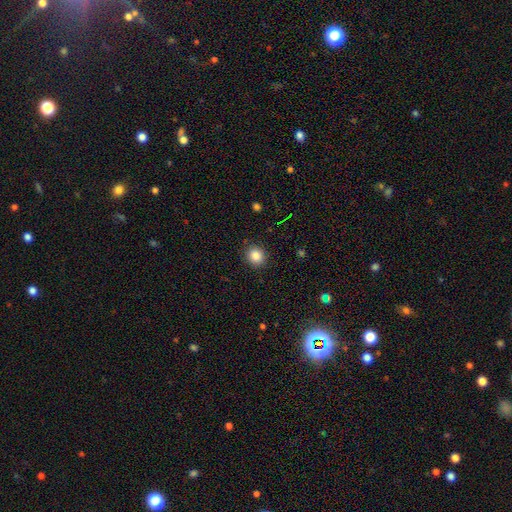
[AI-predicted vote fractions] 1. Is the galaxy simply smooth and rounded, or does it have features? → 84% smooth, 11% star or artifact, 5% featured or disk.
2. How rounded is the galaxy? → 82% round, 17% in between, 1% cigar-shaped.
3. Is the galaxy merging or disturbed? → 90% none, 7% minor disturbance, 2% major disturbance, 1% merger.